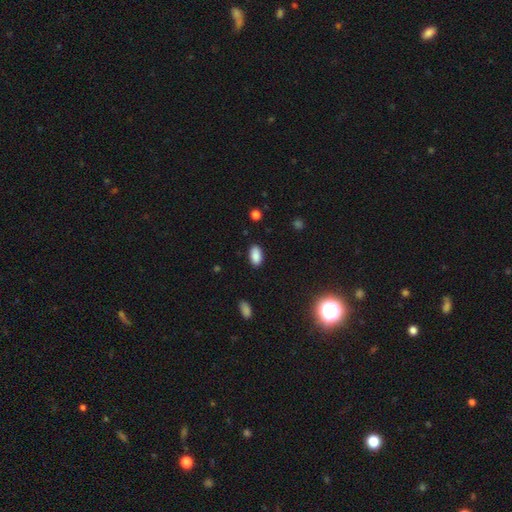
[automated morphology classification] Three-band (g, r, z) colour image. It shows a smooth galaxy with no disk features (87%) that is in between round and cigar-shaped (93%). Merging: none (87%).